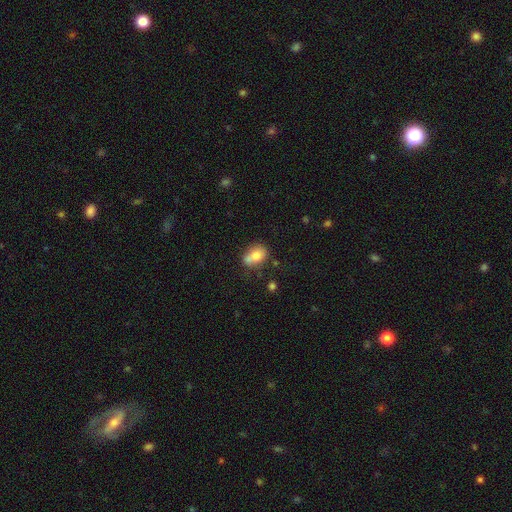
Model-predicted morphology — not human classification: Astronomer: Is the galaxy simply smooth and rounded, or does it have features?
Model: smooth — 74%.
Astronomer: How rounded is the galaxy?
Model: in between — 69%.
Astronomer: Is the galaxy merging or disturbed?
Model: none — 48% (runner-up: merger, 26%).